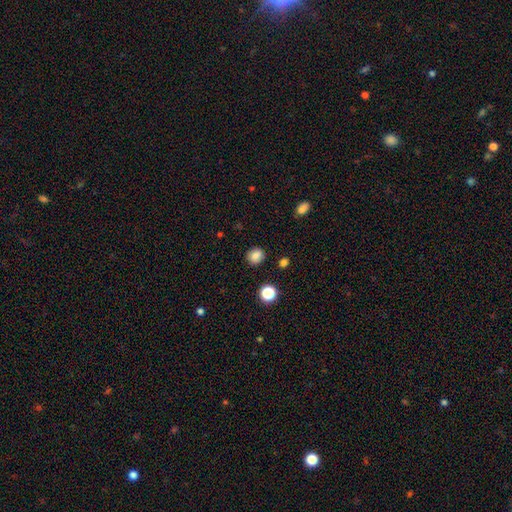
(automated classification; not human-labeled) The model was most divided on "how rounded": round: 80%, in between: 19%, cigar-shaped: 1%. More confident: merging — none (87%); smooth or featured — smooth (83%).